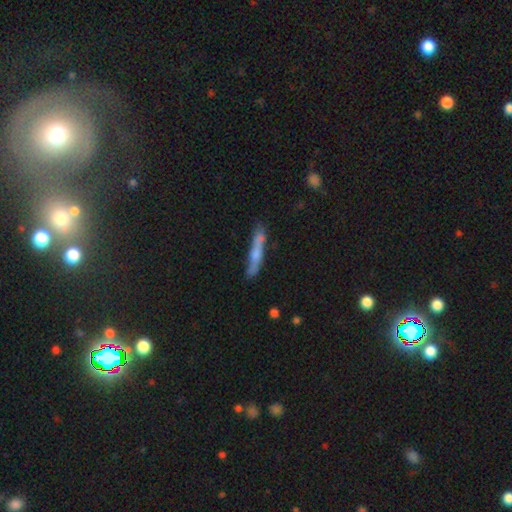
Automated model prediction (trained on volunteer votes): This appears to be a smooth galaxy with no disk features (52%) that is cigar-shaped (91%). Merging: none (71%).